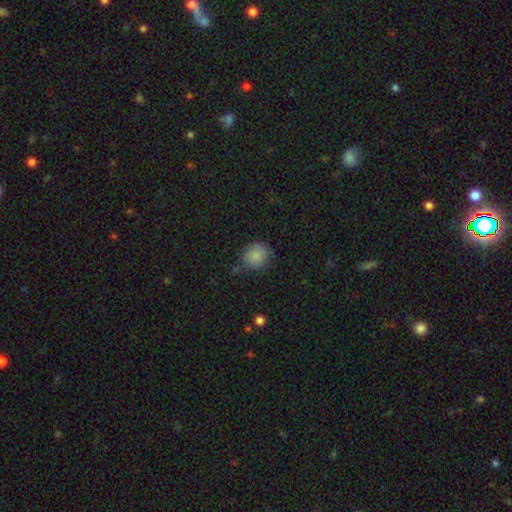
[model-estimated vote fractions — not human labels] This is clearly a smooth galaxy (84%). How rounded: likely round (79%). Merging: likely none (74%).